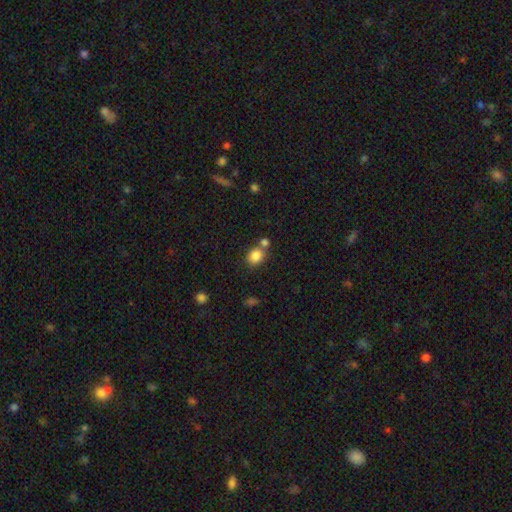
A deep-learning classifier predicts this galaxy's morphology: This appears to be a smooth galaxy with no disk features (84%) that is round (62%). Merging: none (58%).